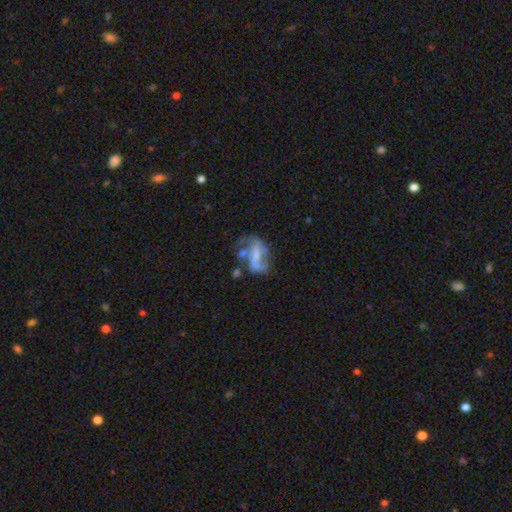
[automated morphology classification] Smooth or featured: featured or disk — 62% (smooth — 29%)
Edge-on disk: no — 96% (yes — 4%)
Bar: no — 39% (weak — 37%)
Spiral arms: yes — 59% (no — 41%)
Bulge size: none — 35% (small — 30%)
Merging: none — 32% (major disturbance — 29%)